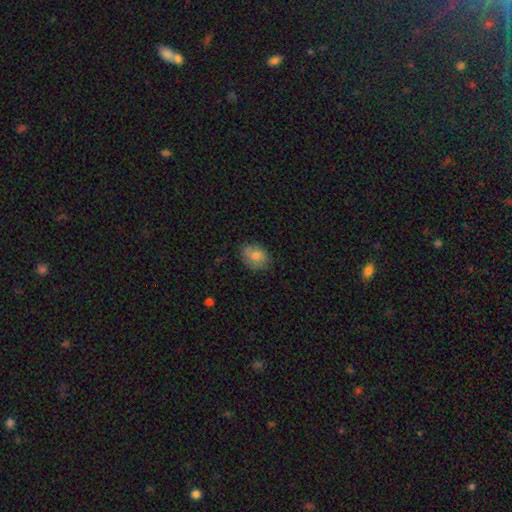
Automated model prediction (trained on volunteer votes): The model was most divided on "how rounded": in between: 59%, round: 39%, cigar-shaped: 1%. More confident: merging — none (74%); smooth or featured — smooth (73%).